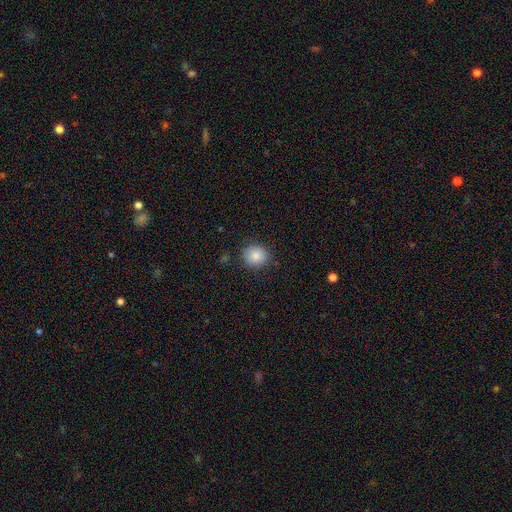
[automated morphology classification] This appears to be a smooth galaxy with no disk features (85%) that is round (81%). Merging: none (86%).